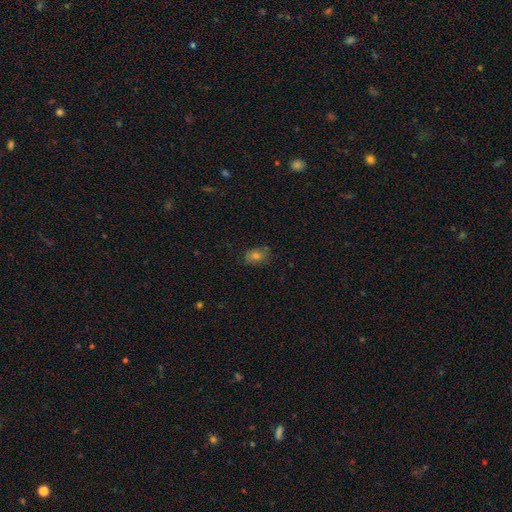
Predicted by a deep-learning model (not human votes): smooth-or-featured: smooth: 66% | star or artifact: 20% | featured or disk: 14%
  how-rounded: in between: 76% | round: 22% | cigar-shaped: 2%
  merging: none: 78% | minor disturbance: 17% | major disturbance: 4% | merger: 1%